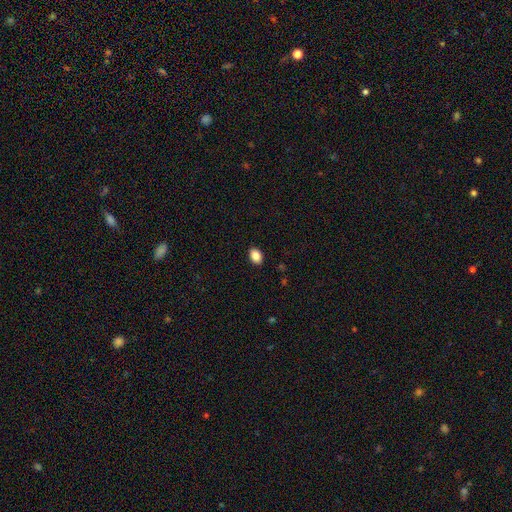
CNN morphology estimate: This appears to be a smooth galaxy with no disk features (87%) that is in between round and cigar-shaped (79%). Merging: none (90%).